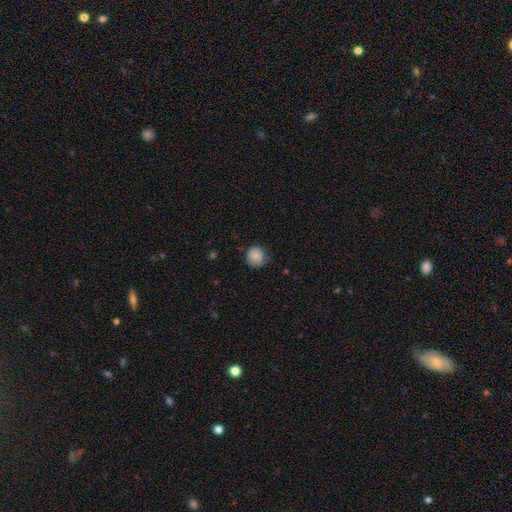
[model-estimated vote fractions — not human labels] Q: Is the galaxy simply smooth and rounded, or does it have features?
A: smooth — 85%.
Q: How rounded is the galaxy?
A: round — 89%.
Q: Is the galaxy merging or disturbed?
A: none — 77%.